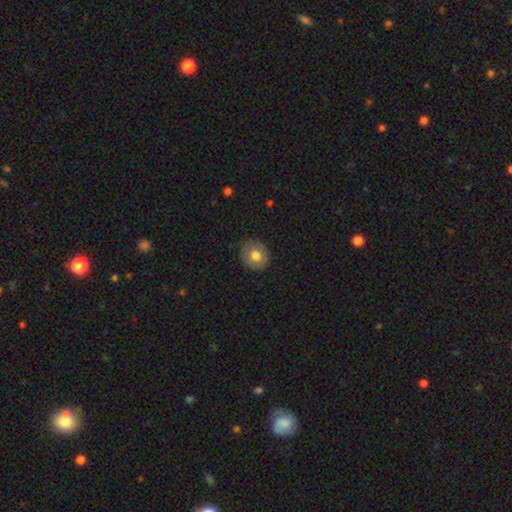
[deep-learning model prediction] smooth 74%, featured or disk 18%, star or artifact 8%. Down the decision tree: how rounded — round (80%); merging — none (86%).